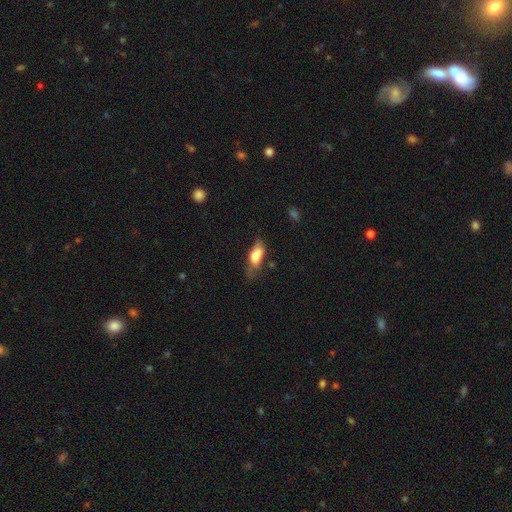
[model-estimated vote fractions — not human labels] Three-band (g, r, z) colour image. It shows a smooth galaxy with no disk features (68%) that is in between round and cigar-shaped (75%). Merging: none (40%).